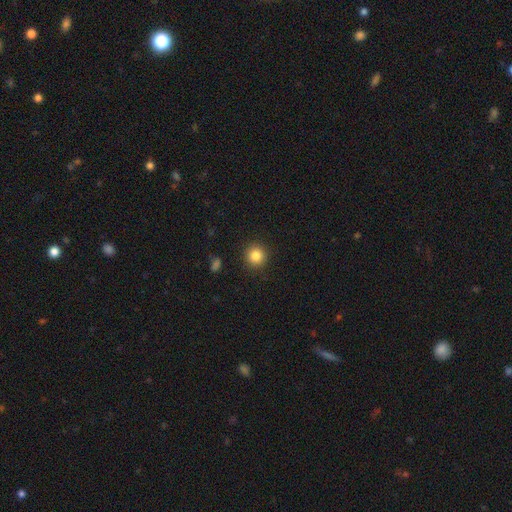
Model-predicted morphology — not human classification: smooth 84%, star or artifact 11%, featured or disk 5%. Down the decision tree: how rounded — round (93%); merging — none (91%).